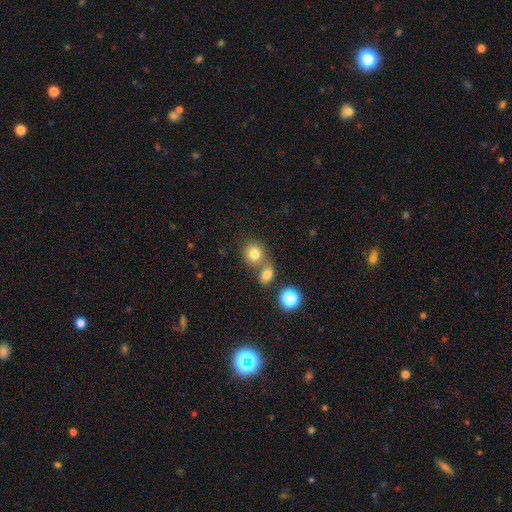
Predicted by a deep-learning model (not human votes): Smooth or featured? smooth (71%)
How rounded? round (84%)
Merging? none (55%)